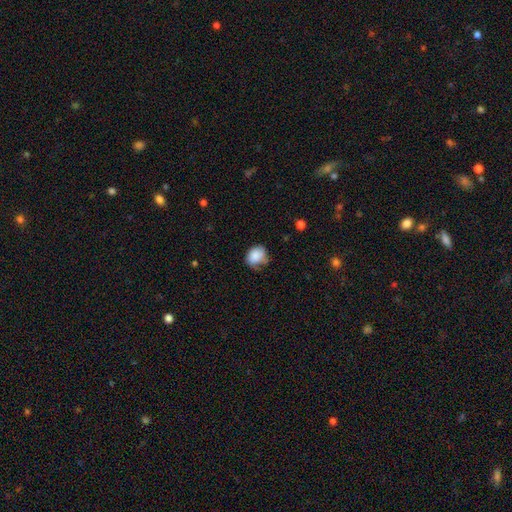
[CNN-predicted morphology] Q: Smooth or featured?
A: smooth (84%); runner-up: star or artifact (8%)
Q: How rounded?
A: round (55%); runner-up: in between (44%)
Q: Merging?
A: none (56%); runner-up: minor disturbance (33%)